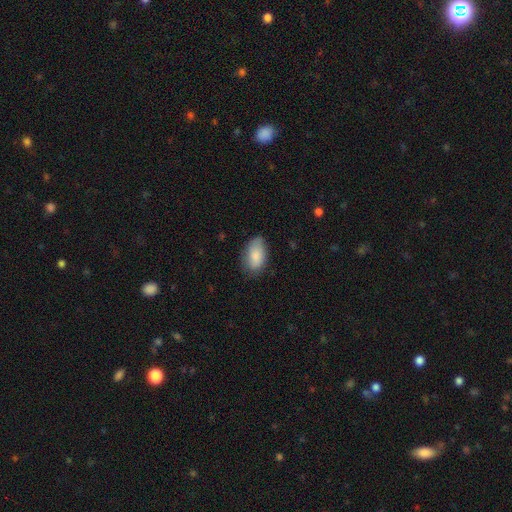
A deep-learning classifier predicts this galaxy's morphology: The model was most divided on "merging": none: 73%, minor disturbance: 22%, major disturbance: 4%, merger: 1%. More confident: how rounded — in between (93%); smooth or featured — smooth (85%).